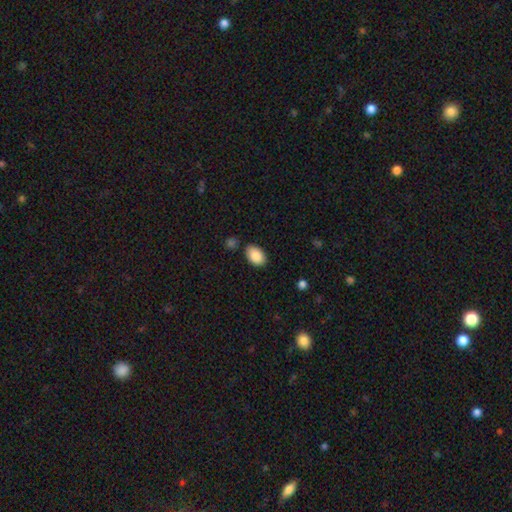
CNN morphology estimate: smooth_or_featured: smooth (p=0.90) [alt: star or artifact p=0.07]
how_rounded: in between (p=0.90) [alt: round p=0.09]
merging: none (p=0.80) [alt: minor disturbance p=0.13]